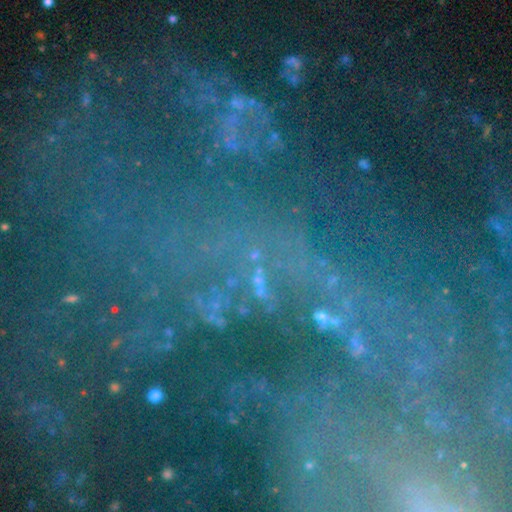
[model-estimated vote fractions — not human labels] Morphology: type=star or artifact (71%).